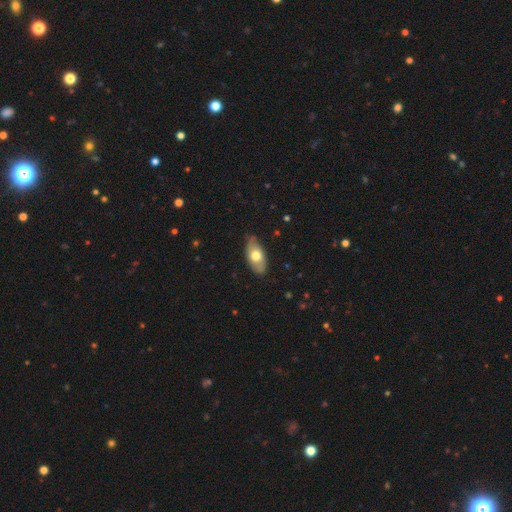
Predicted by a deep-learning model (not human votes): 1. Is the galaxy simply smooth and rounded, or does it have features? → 64% smooth, 30% featured or disk, 6% star or artifact.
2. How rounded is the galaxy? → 91% in between, 5% cigar-shaped, 4% round.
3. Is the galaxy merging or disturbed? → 79% none, 17% minor disturbance, 3% major disturbance, 1% merger.